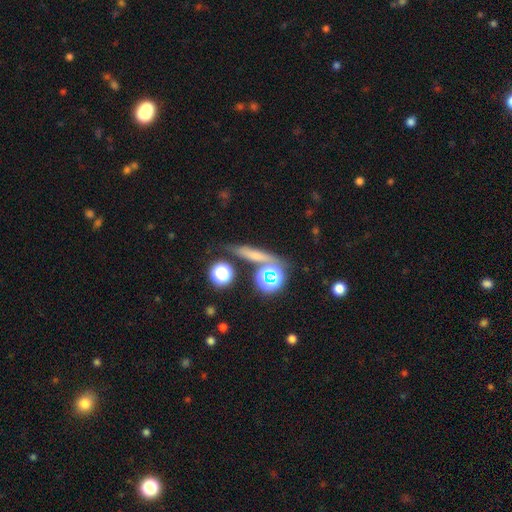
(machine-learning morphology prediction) This appears to be a smooth galaxy with no disk features (53%) that is cigar-shaped (64%). Merging: none (74%).